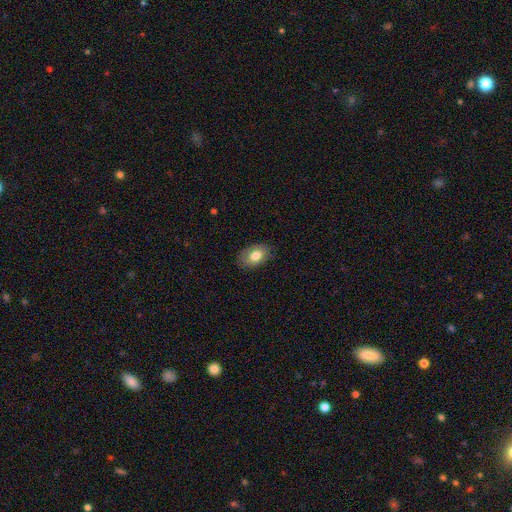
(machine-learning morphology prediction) smooth 77%, featured or disk 16%, star or artifact 7%. Down the decision tree: how rounded — in between (87%); merging — none (81%).